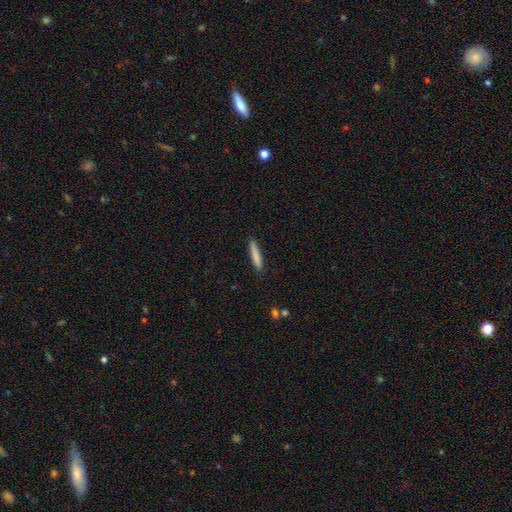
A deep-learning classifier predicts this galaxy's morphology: A smooth galaxy with no disk features (83%) that is cigar-shaped (92%). Merging: none (89%).